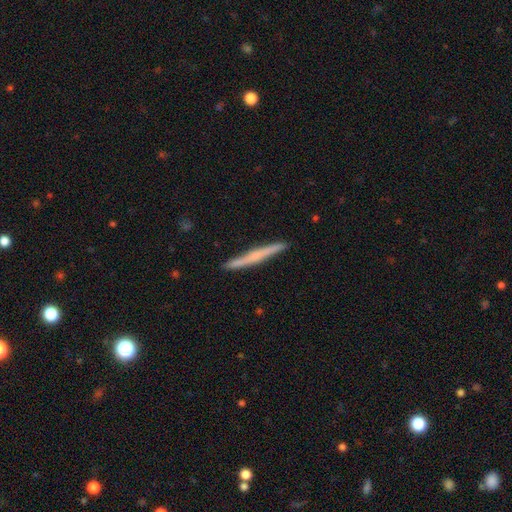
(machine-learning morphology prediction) A featured or disk galaxy (54%) viewed edge-on (97%) with no central bulge (53%). Merging: none (90%).